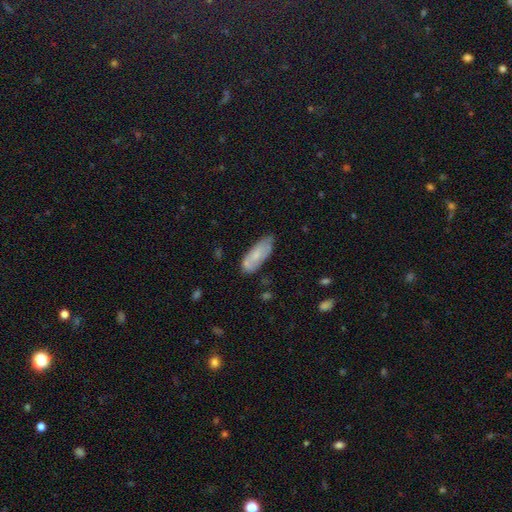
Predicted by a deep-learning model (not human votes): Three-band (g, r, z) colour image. It shows a smooth galaxy with no disk features (66%) that is in between round and cigar-shaped (69%). Merging: none (62%).